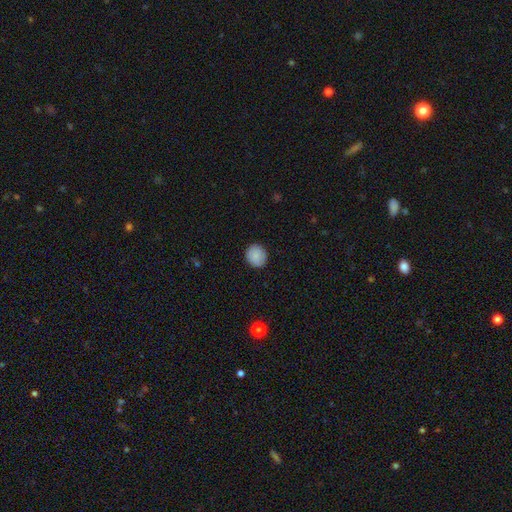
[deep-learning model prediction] Q: Smooth or featured?
A: smooth (88%); runner-up: star or artifact (7%)
Q: How rounded?
A: round (82%); runner-up: in between (17%)
Q: Merging?
A: none (90%); runner-up: minor disturbance (7%)